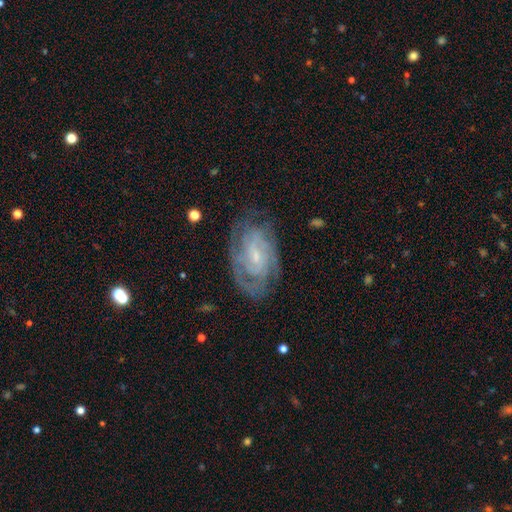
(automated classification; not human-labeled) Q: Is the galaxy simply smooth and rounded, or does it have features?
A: featured or disk — 83%.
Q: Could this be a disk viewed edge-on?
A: no — 96%.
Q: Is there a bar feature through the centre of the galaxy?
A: no — 48%.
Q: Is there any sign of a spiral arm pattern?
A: yes — 94%.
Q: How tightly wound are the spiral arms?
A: tight — 65%.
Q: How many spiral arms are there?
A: can't tell — 34%.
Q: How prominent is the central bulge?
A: small — 71%.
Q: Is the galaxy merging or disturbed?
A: none — 72%.